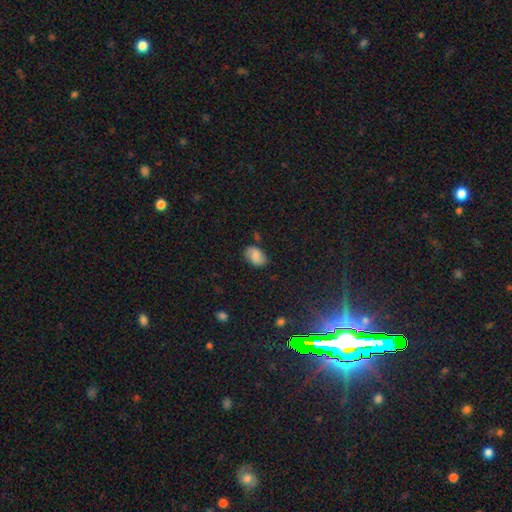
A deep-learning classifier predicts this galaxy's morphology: Smooth or featured? Predicted: smooth (p=0.69). How rounded? Predicted: in between (p=0.88). Merging? Predicted: none (p=0.78).